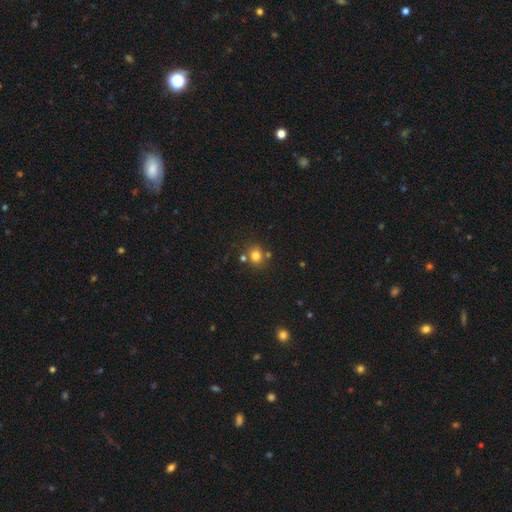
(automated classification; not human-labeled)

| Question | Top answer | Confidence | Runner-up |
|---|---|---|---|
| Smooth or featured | smooth | 78% | star or artifact (14%) |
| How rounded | round | 80% | in between (19%) |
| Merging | none | 70% | merger (15%) |